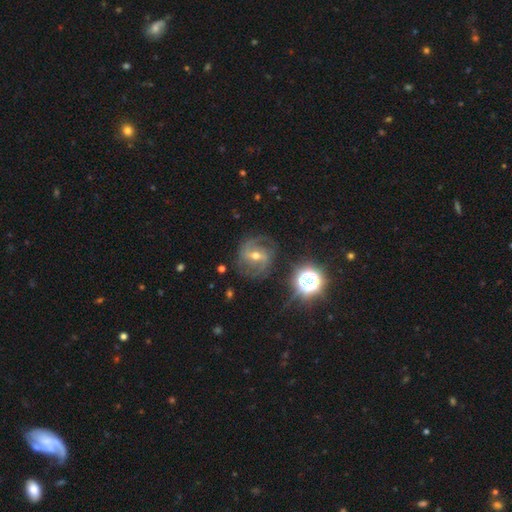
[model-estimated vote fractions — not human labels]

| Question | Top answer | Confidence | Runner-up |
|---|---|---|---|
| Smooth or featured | featured or disk | 78% | star or artifact (13%) |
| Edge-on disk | no | 97% | yes (3%) |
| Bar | weak | 43% | strong (38%) |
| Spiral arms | yes | 94% | no (6%) |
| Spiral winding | medium | 48% | tight (30%) |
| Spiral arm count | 2 | 62% | can't tell (15%) |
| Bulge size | moderate | 59% | small (37%) |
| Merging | none | 73% | minor disturbance (16%) |